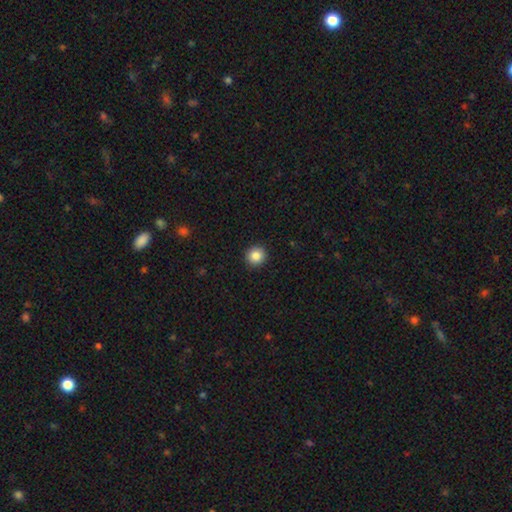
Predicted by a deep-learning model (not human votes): Overall: smooth (86%). How rounded: round (94%). Merging: none (93%).